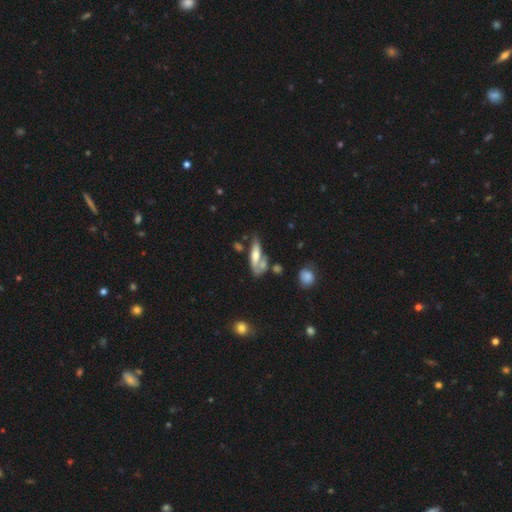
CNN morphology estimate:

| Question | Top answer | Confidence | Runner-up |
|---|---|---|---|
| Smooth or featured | smooth | 47% | featured or disk (46%) |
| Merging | none | 35% | merger (27%) |